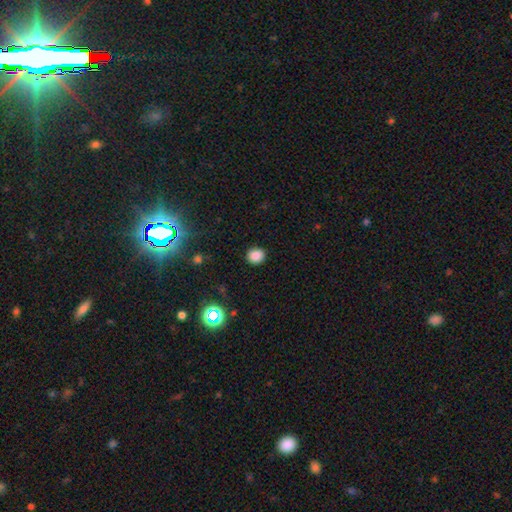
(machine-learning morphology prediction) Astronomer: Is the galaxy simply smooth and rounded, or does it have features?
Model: smooth — 84%.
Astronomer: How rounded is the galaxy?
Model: round — 77%.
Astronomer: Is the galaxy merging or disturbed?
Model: none — 89%.